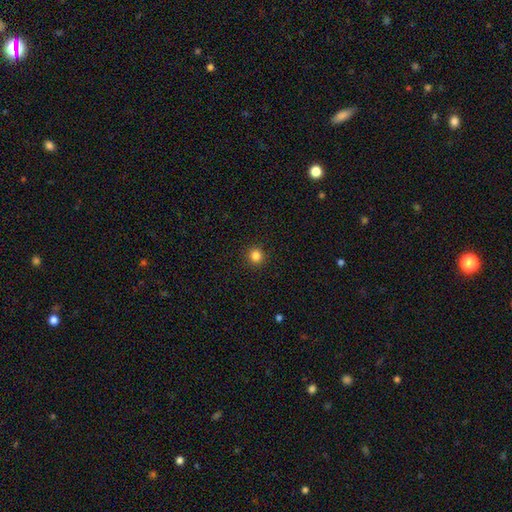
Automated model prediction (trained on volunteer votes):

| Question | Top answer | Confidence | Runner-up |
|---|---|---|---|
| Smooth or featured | smooth | 84% | star or artifact (12%) |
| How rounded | round | 93% | in between (6%) |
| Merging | none | 92% | minor disturbance (5%) |